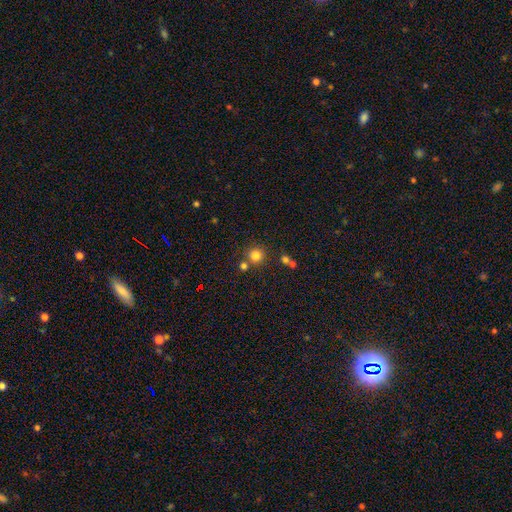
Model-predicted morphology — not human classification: smooth-or-featured: smooth: 80% | star or artifact: 14% | featured or disk: 6%
  how-rounded: round: 92% | in between: 7% | cigar-shaped: 1%
  merging: none: 74% | merger: 15% | minor disturbance: 8% | major disturbance: 3%